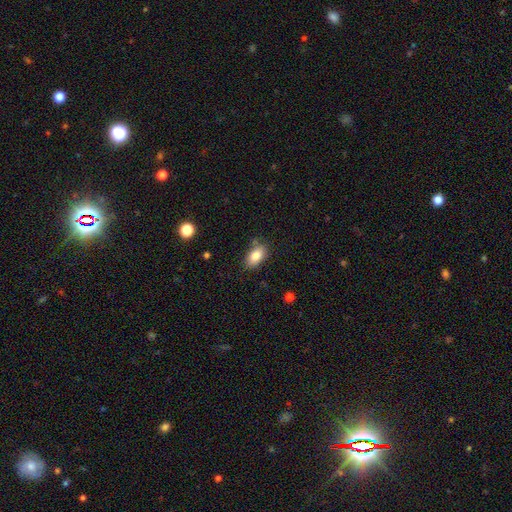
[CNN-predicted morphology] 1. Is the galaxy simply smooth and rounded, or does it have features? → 84% smooth, 8% featured or disk, 8% star or artifact.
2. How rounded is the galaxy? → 91% in between, 6% round, 4% cigar-shaped.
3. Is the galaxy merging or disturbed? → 77% none, 16% minor disturbance, 4% merger, 3% major disturbance.